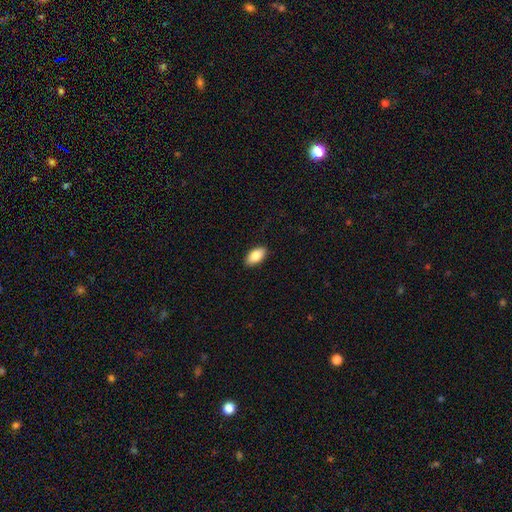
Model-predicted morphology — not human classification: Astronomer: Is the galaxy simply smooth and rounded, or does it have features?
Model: smooth — 84%.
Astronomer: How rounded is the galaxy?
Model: in between — 93%.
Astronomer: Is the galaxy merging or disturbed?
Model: none — 89%.